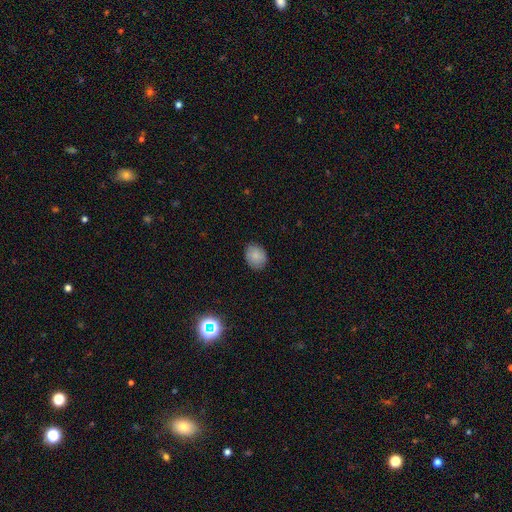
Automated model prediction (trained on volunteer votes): Overall: smooth (85%). How rounded: round (56%; in between 43%). Merging: none (85%).